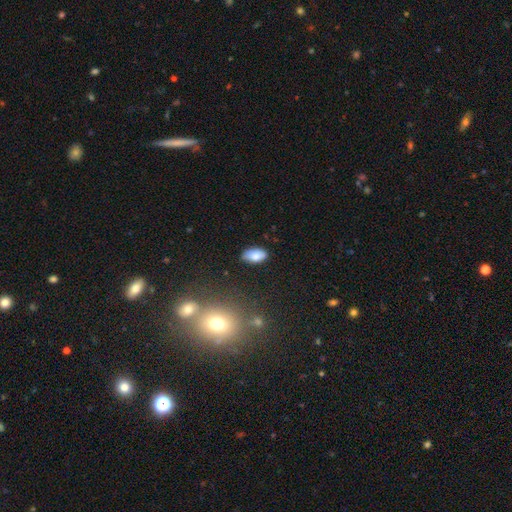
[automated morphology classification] Smooth or featured? smooth (81%)
How rounded? in between (93%)
Merging? none (80%)